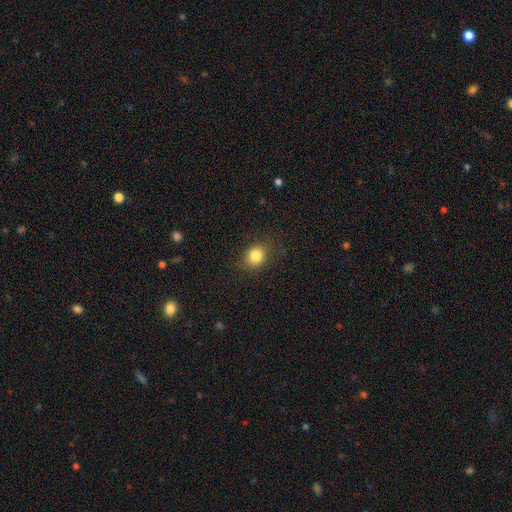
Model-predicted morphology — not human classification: The model was most divided on "how rounded": round: 61%, in between: 38%, cigar-shaped: 1%. More confident: merging — none (83%); smooth or featured — smooth (83%).